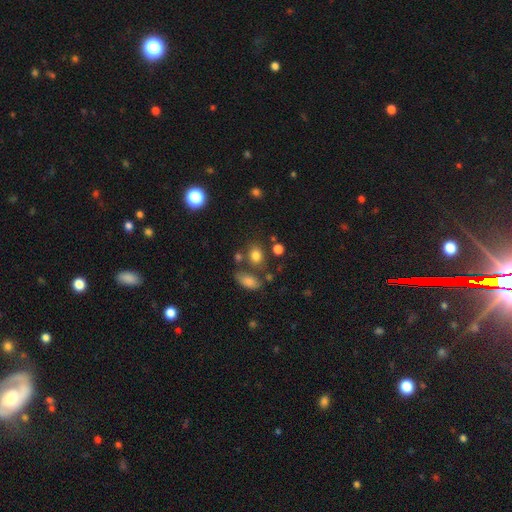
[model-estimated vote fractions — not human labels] A smooth galaxy with no disk features (79%) that is round (50%). Merging: none (66%).